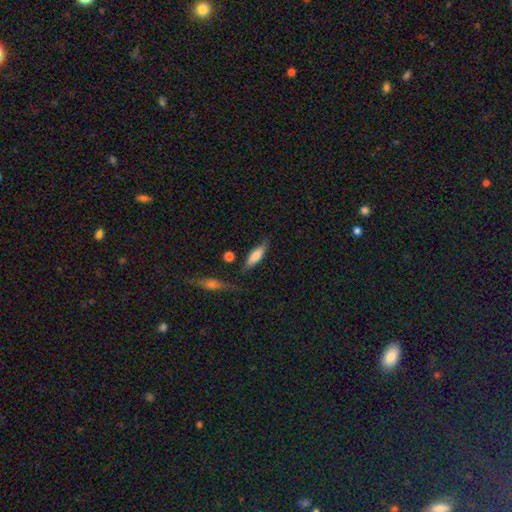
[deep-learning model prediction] A smooth galaxy with no disk features (73%) that is cigar-shaped (56%).

Vote fractions:
- Smooth or featured? smooth: 73% / featured or disk: 20% / star or artifact: 6%
- How rounded? cigar-shaped: 56% / in between: 42% / round: 2%
- Merging? none: 69% / minor disturbance: 20% / major disturbance: 6% / merger: 5%